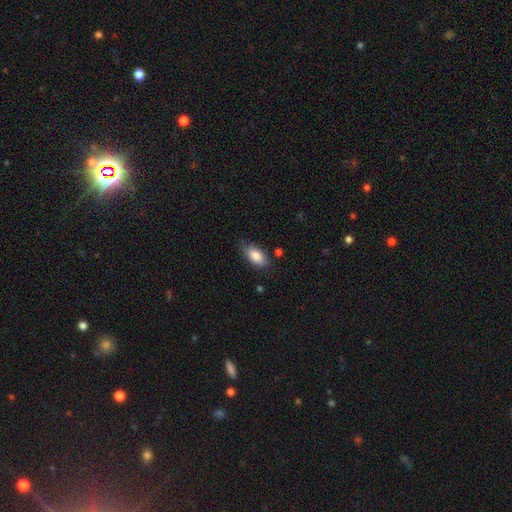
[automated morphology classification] Q: Smooth or featured?
A: smooth (85%); runner-up: featured or disk (9%)
Q: How rounded?
A: in between (91%); runner-up: cigar-shaped (5%)
Q: Merging?
A: none (73%); runner-up: minor disturbance (21%)